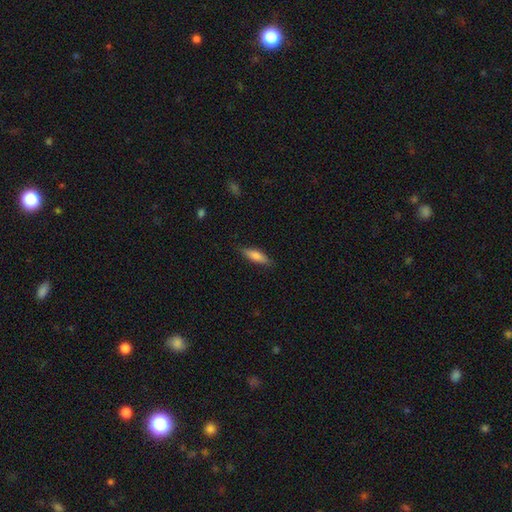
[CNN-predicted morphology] A smooth galaxy with no disk features (71%) that is cigar-shaped (62%).

Vote fractions:
- Smooth or featured? smooth: 71% / featured or disk: 23% / star or artifact: 6%
- How rounded? cigar-shaped: 62% / in between: 36% / round: 2%
- Merging? none: 84% / minor disturbance: 13% / major disturbance: 3% / merger: 1%